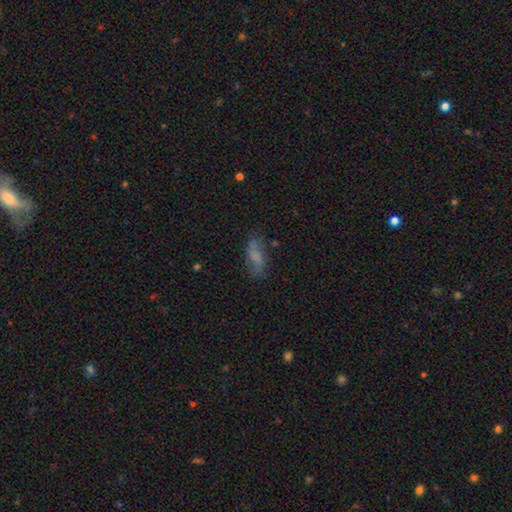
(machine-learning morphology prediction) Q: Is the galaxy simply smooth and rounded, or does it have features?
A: smooth — 63%.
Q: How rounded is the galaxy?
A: in between — 74%.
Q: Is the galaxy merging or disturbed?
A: none — 63%.